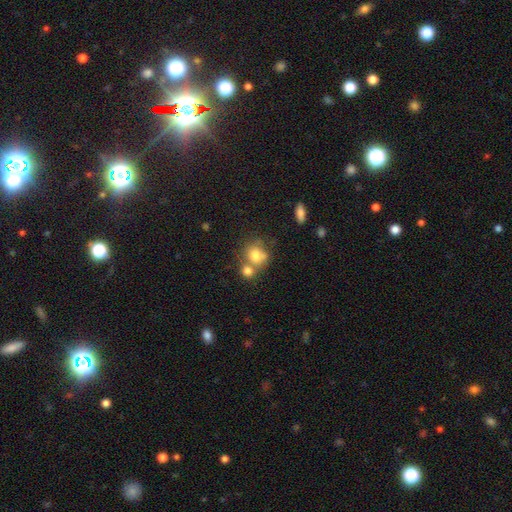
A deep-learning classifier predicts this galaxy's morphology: Smooth or featured?
  - smooth: 76% *
  - featured or disk: 14%
  - star or artifact: 10%
How rounded?
  - round: 71% *
  - in between: 28%
  - cigar-shaped: 1%
Merging?
  - merger: 45% *
  - none: 38%
  - minor disturbance: 11%
  - major disturbance: 5%